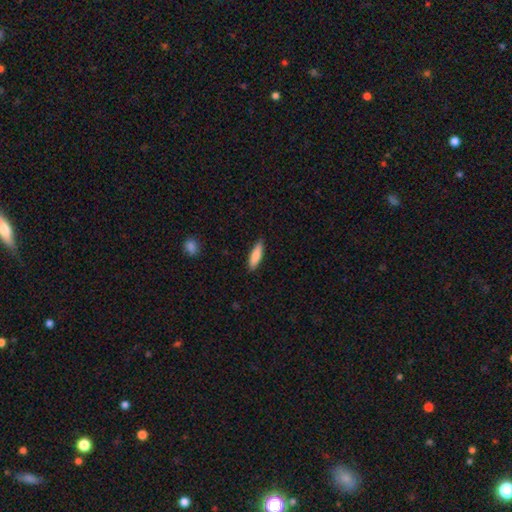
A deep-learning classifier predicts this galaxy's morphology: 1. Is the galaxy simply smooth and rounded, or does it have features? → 83% smooth, 11% featured or disk, 6% star or artifact.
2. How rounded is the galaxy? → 64% cigar-shaped, 34% in between, 2% round.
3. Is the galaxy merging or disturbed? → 88% none, 9% minor disturbance, 2% major disturbance, 1% merger.